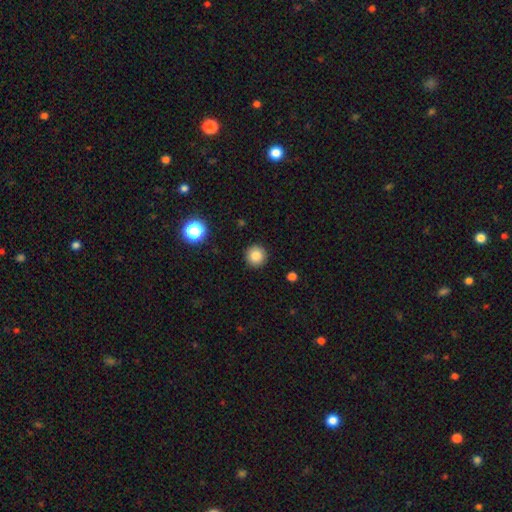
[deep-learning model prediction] The model was most divided on "smooth or featured": smooth: 83%, star or artifact: 11%, featured or disk: 6%. More confident: how rounded — round (95%); merging — none (92%).